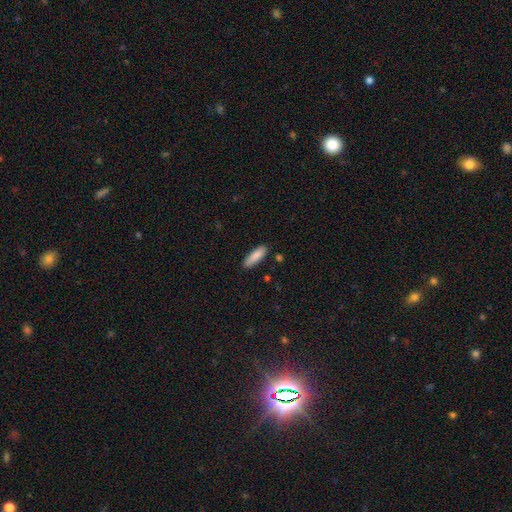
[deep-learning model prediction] The model was most divided on "how rounded": cigar-shaped: 54%, in between: 45%, round: 2%. More confident: smooth or featured — smooth (87%); merging — none (84%).